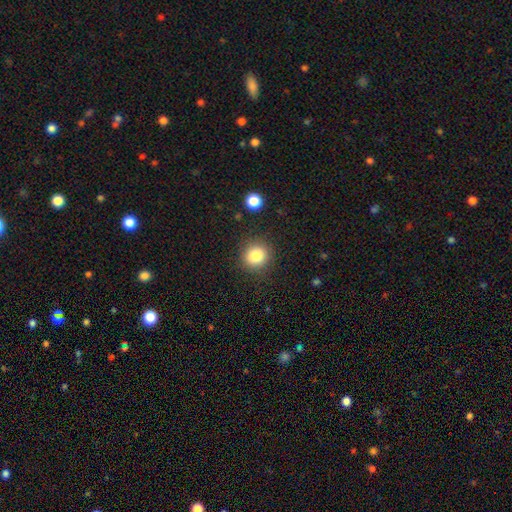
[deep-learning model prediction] Q: Smooth or featured?
A: smooth (83%); runner-up: star or artifact (11%)
Q: How rounded?
A: round (86%); runner-up: in between (13%)
Q: Merging?
A: none (87%); runner-up: minor disturbance (8%)